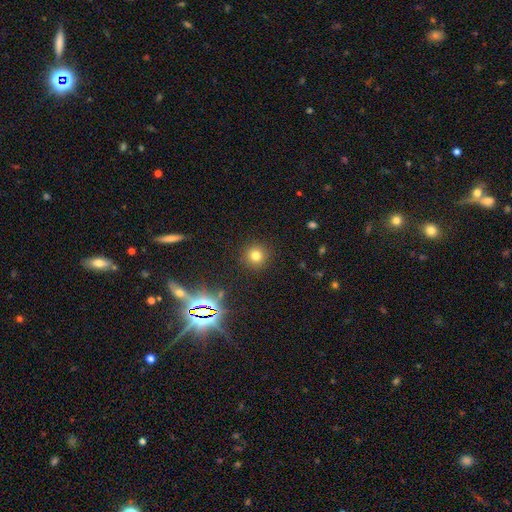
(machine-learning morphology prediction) Q: Smooth or featured?
A: smooth (74%); runner-up: star or artifact (19%)
Q: How rounded?
A: round (94%); runner-up: in between (5%)
Q: Merging?
A: none (91%); runner-up: minor disturbance (6%)